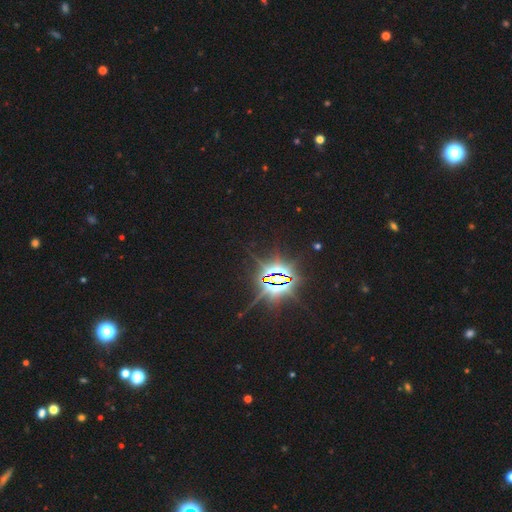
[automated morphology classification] smooth-or-featured: star or artifact: 87% | smooth: 7% | featured or disk: 6%